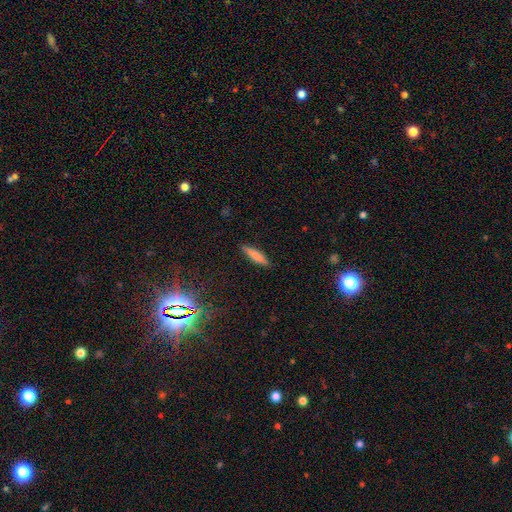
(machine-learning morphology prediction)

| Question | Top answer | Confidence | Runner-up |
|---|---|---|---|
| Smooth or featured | smooth | 76% | featured or disk (16%) |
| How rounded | cigar-shaped | 82% | in between (17%) |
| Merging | none | 88% | minor disturbance (9%) |